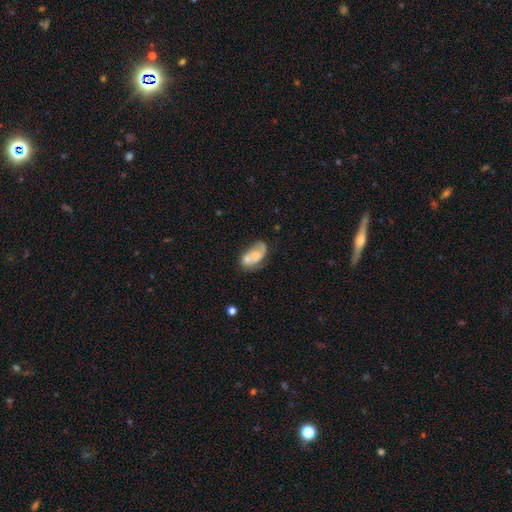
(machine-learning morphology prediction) Smooth or featured? Predicted: smooth (p=0.49). Merging? Predicted: merger (p=0.36).